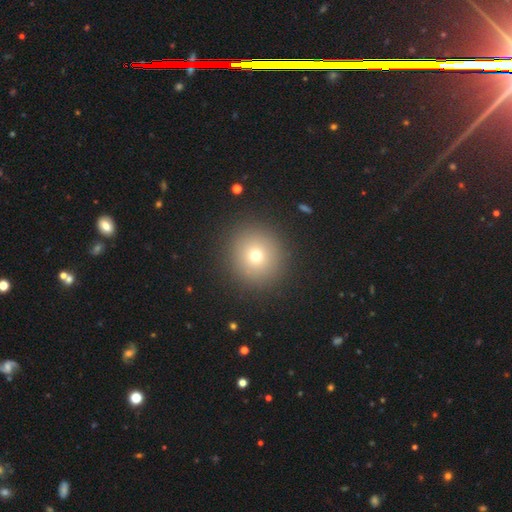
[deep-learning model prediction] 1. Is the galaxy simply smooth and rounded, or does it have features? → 70% smooth, 17% star or artifact, 12% featured or disk.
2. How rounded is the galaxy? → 94% round, 5% in between, 1% cigar-shaped.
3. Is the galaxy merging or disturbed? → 91% none, 6% minor disturbance, 3% major disturbance, 1% merger.